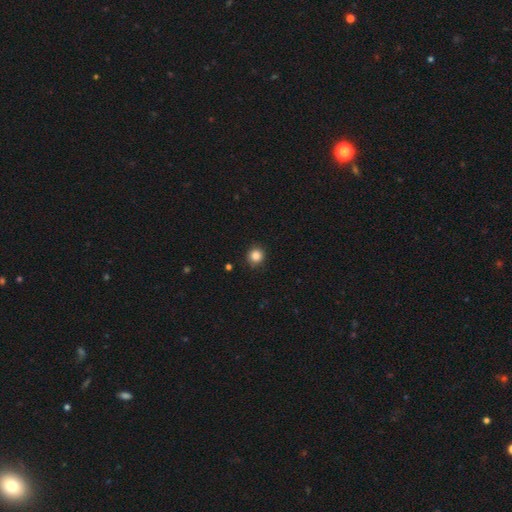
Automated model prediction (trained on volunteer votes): smooth 85%, star or artifact 11%, featured or disk 4%. Down the decision tree: how rounded — round (94%); merging — none (90%).